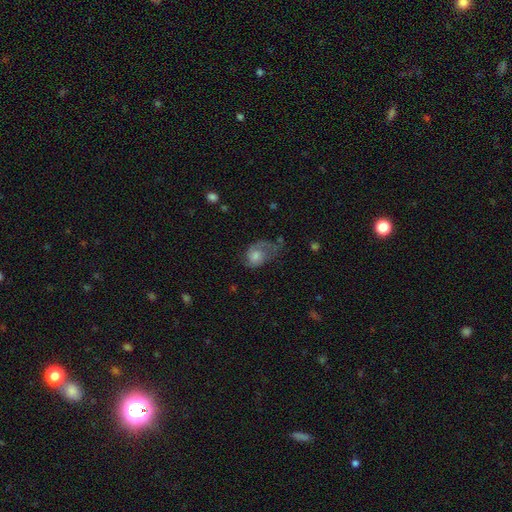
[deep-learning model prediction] Smooth or featured? Predicted: featured or disk (p=0.53). Edge-on disk? Predicted: no (p=0.96). Bar? Predicted: no (p=0.76). Spiral arms? Predicted: yes (p=0.80). Bulge size? Predicted: moderate (p=0.49). Merging? Predicted: major disturbance (p=0.36).